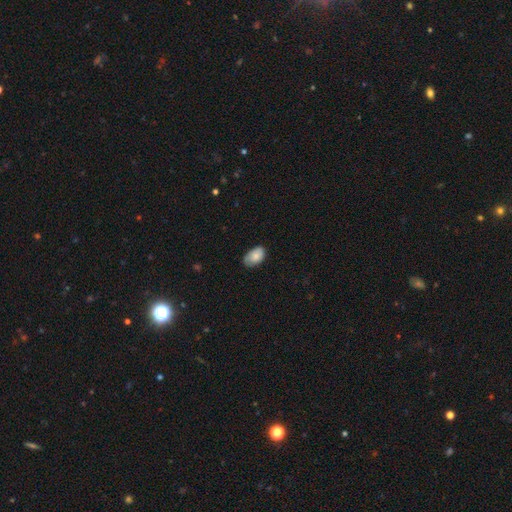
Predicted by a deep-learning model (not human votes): Smooth or featured?
  - smooth: 80% *
  - featured or disk: 13%
  - star or artifact: 7%
How rounded?
  - in between: 92% *
  - round: 7%
  - cigar-shaped: 1%
Merging?
  - none: 69% *
  - minor disturbance: 26%
  - major disturbance: 4%
  - merger: 1%